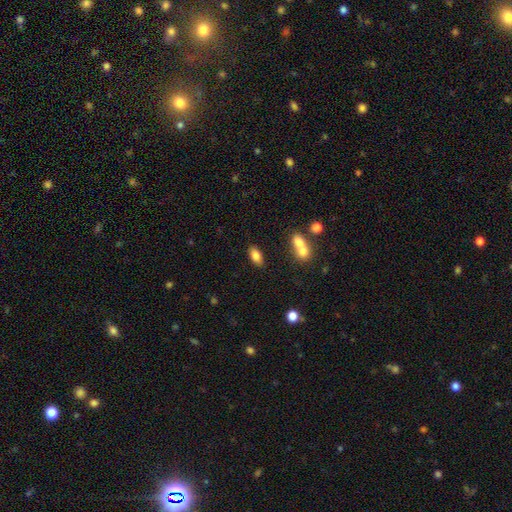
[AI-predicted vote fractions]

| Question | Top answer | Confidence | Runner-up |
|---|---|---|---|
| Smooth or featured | smooth | 82% | featured or disk (9%) |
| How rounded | in between | 88% | cigar-shaped (7%) |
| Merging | none | 80% | minor disturbance (10%) |